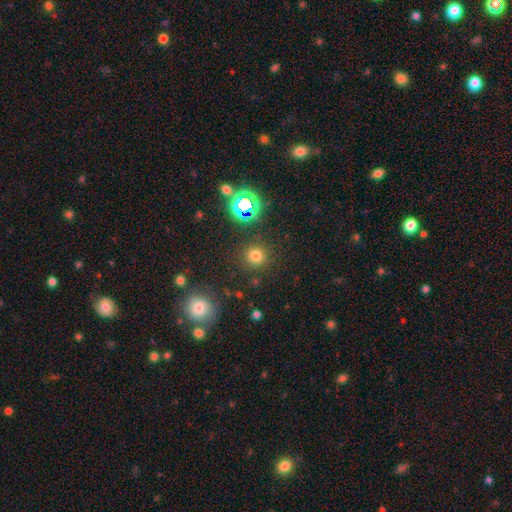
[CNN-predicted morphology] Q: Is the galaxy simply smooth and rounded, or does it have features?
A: smooth — 69%.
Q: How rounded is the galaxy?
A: round — 93%.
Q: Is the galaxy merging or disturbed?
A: none — 87%.